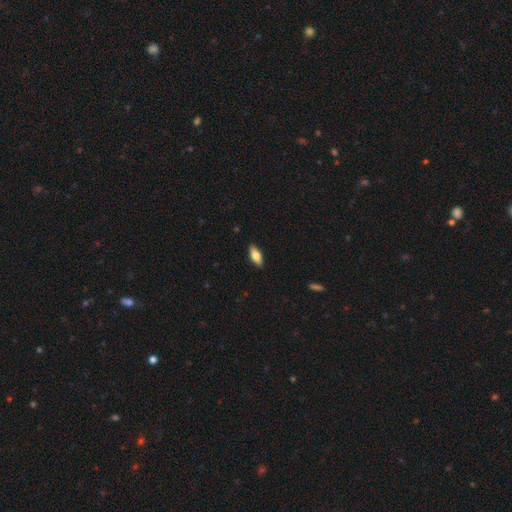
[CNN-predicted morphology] A smooth galaxy with no disk features (72%) that is in between round and cigar-shaped (79%). Merging: none (89%).